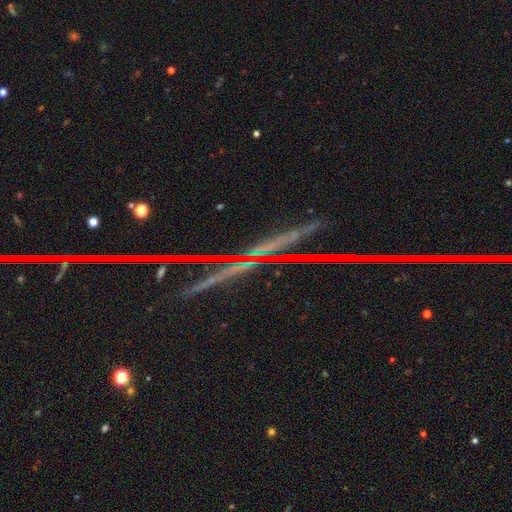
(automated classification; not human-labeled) Smooth or featured: star or artifact — 76% (featured or disk — 16%)